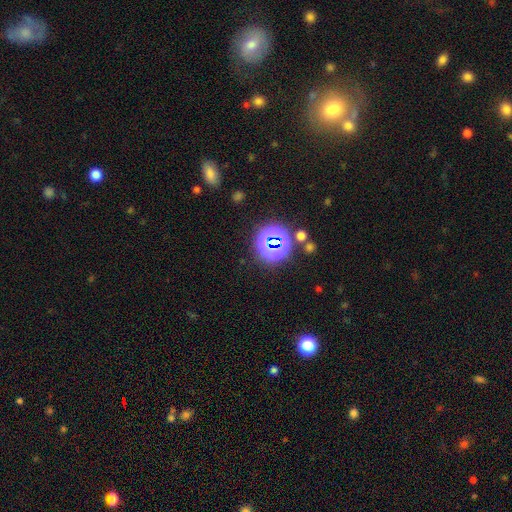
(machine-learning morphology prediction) smooth-or-featured: star or artifact: 76% | smooth: 16% | featured or disk: 9%